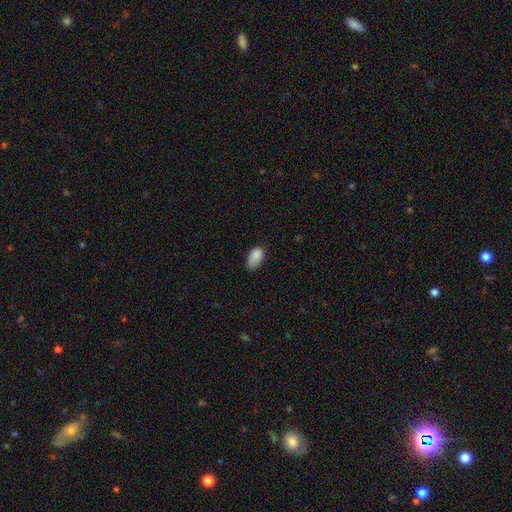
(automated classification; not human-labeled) A smooth galaxy with no disk features (86%) that is in between round and cigar-shaped (93%).

Vote fractions:
- Smooth or featured? smooth: 86% / star or artifact: 8% / featured or disk: 6%
- How rounded? in between: 93% / round: 5% / cigar-shaped: 2%
- Merging? none: 53% / minor disturbance: 37% / major disturbance: 9% / merger: 2%